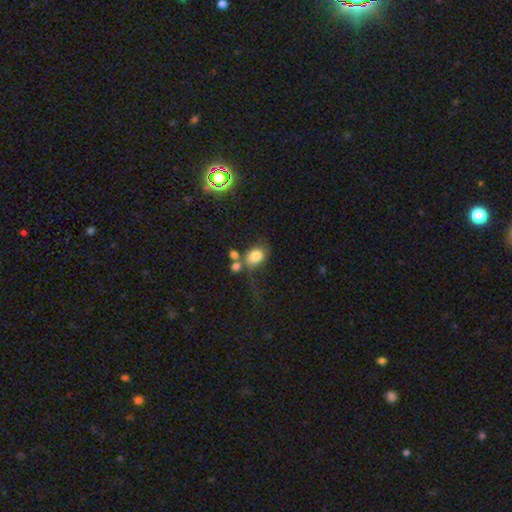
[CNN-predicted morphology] This is likely a smooth galaxy (76%). How rounded: possibly in between (59%). Merging: marginally none (40%).